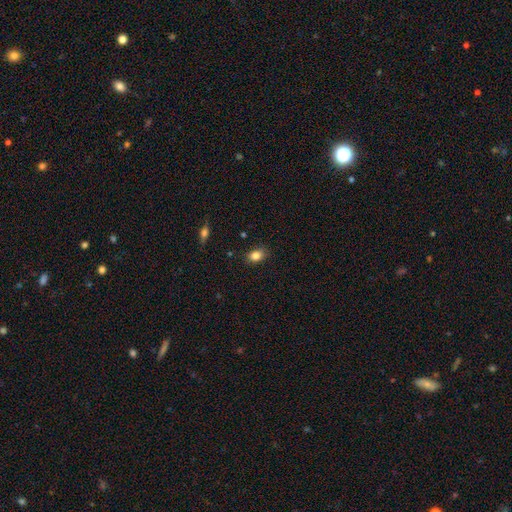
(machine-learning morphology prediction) Overall: smooth (83%). How rounded: in between (75%). Merging: none (82%).